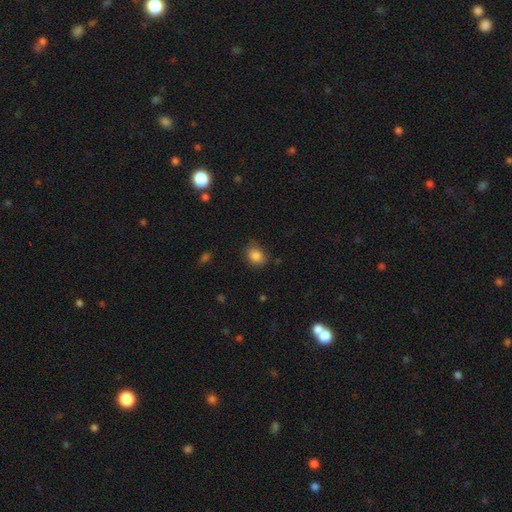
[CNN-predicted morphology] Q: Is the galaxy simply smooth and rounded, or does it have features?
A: smooth — 86%.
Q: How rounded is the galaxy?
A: round — 50%.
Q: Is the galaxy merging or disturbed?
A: none — 74%.